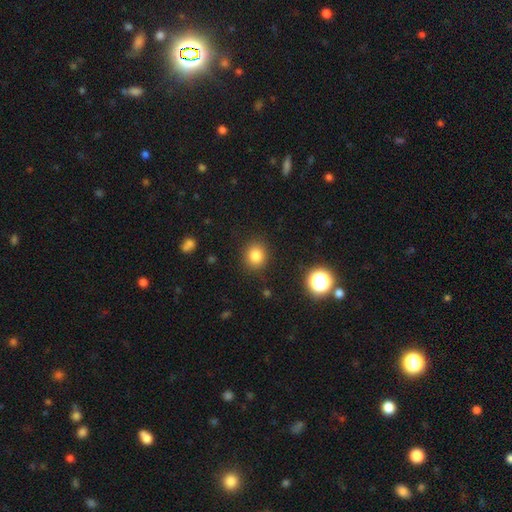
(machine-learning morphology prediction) Smooth or featured? Predicted: smooth (p=0.82). How rounded? Predicted: round (p=0.78). Merging? Predicted: none (p=0.88).